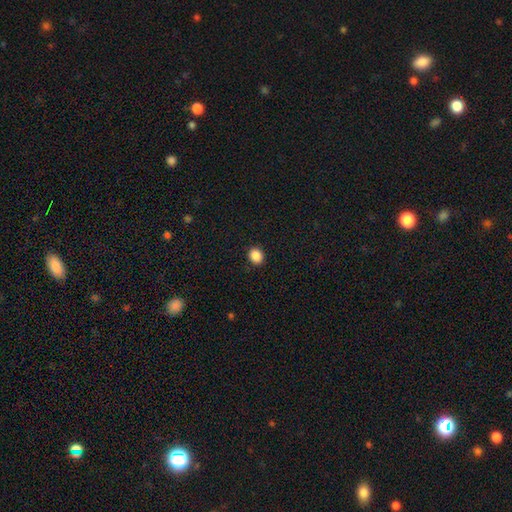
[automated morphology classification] type=smooth (88%); roundness=round (70%); merging=none (91%).